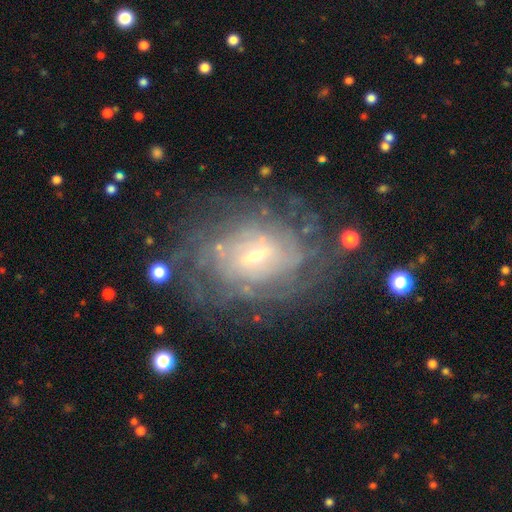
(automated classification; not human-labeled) A featured or disk galaxy (84%) with a weak bar (56%), tight (70%) spiral arms (92%) and a small central bulge (62%).

Vote fractions:
- Smooth or featured? featured or disk: 84% / smooth: 9% / star or artifact: 7%
- Edge-on disk? no: 96% / yes: 4%
- Bar? weak: 56% / strong: 22% / no: 22%
- Spiral arms? yes: 92% / no: 8%
- Spiral winding? tight: 70% / medium: 23% / loose: 7%
- Spiral arm count? can't tell: 50% / 4: 14% / 2: 11% / more than 4: 10% / 3: 9% / 1: 5%
- Bulge size? small: 62% / moderate: 32% / large: 3% / none: 3% / dominant: 1%
- Merging? none: 70% / minor disturbance: 18% / major disturbance: 10% / merger: 2%